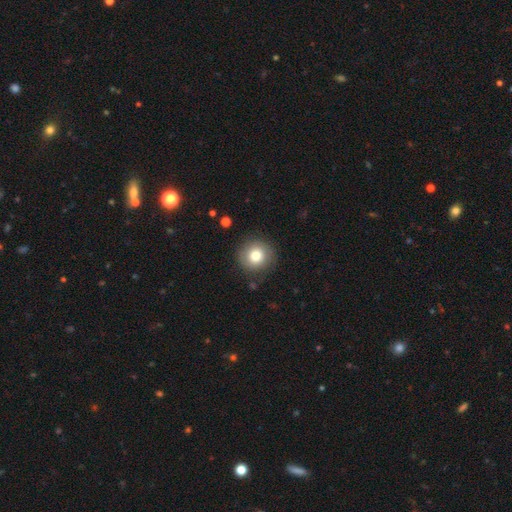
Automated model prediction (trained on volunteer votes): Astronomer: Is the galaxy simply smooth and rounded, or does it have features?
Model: smooth — 75%.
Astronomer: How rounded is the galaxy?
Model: round — 94%.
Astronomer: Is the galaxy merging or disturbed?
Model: none — 85%.